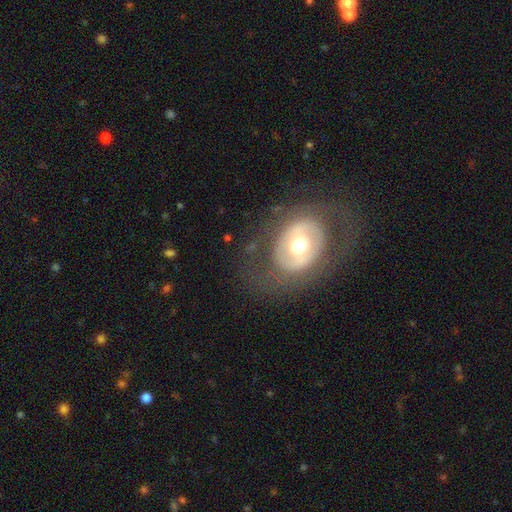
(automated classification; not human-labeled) Smooth or featured? Predicted: featured or disk (p=0.63). Edge-on disk? Predicted: no (p=0.94). Bar? Predicted: no (p=0.59). Spiral arms? Predicted: no (p=0.53). Bulge size? Predicted: moderate (p=0.57). Merging? Predicted: none (p=0.78).